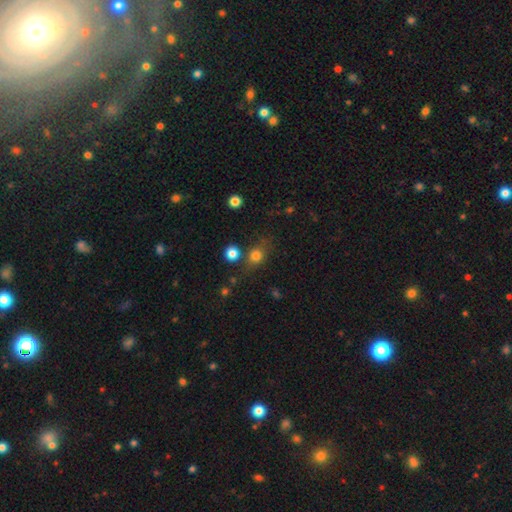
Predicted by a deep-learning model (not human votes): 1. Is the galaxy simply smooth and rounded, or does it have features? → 78% smooth, 14% star or artifact, 8% featured or disk.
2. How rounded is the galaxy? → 70% round, 28% in between, 2% cigar-shaped.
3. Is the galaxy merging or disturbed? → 68% none, 14% minor disturbance, 12% merger, 6% major disturbance.